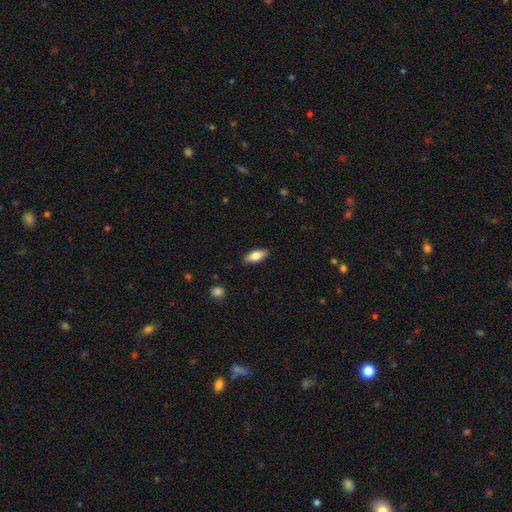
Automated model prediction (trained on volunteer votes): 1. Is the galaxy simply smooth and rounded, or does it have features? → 82% smooth, 12% featured or disk, 6% star or artifact.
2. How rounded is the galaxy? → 83% in between, 15% cigar-shaped, 2% round.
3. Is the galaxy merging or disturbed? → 87% none, 10% minor disturbance, 2% major disturbance, 1% merger.